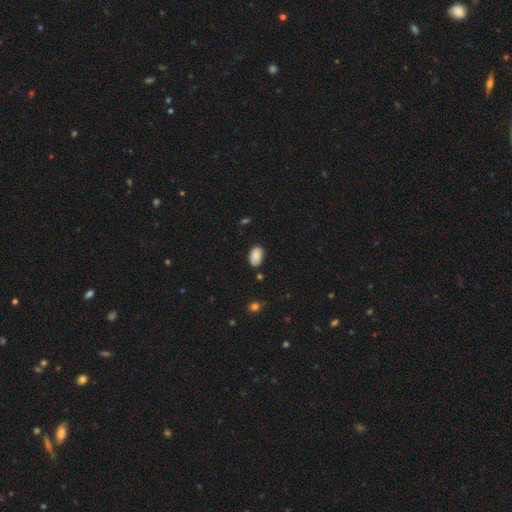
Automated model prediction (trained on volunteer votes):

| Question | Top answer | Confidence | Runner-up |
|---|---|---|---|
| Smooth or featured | smooth | 87% | star or artifact (7%) |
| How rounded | in between | 92% | round (7%) |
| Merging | none | 79% | minor disturbance (16%) |